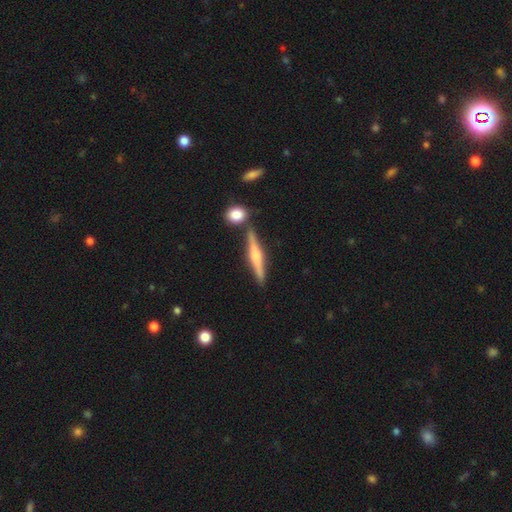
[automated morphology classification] Overall: featured or disk (63%; smooth 30%). Edge-on disk: yes (97%). Edge-on bulge: rounded (77%). Merging: none (79%).